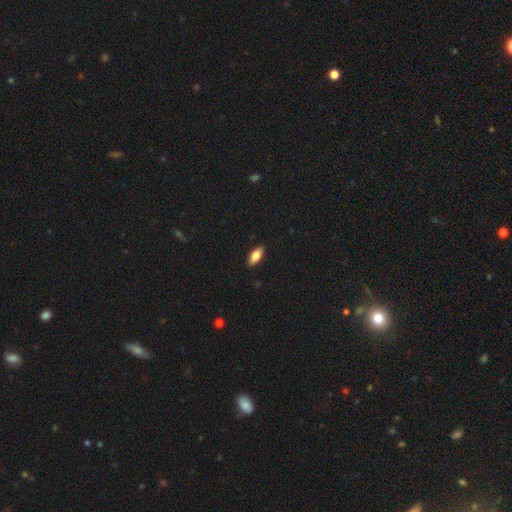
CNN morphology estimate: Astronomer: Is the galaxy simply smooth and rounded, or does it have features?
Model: smooth — 72%.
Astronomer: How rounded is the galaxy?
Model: in between — 81%.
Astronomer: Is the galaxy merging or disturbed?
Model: none — 89%.